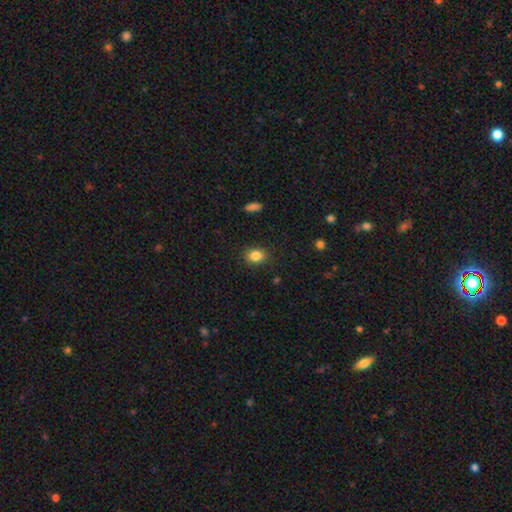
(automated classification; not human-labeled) The model was most divided on "how rounded": in between: 60%, round: 39%, cigar-shaped: 1%. More confident: merging — none (86%); smooth or featured — smooth (85%).